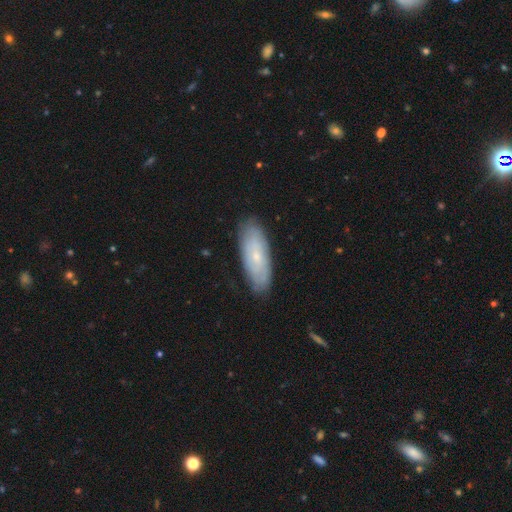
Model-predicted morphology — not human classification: Smooth or featured: featured or disk — 48% (smooth — 45%)
Merging: none — 85% (minor disturbance — 12%)